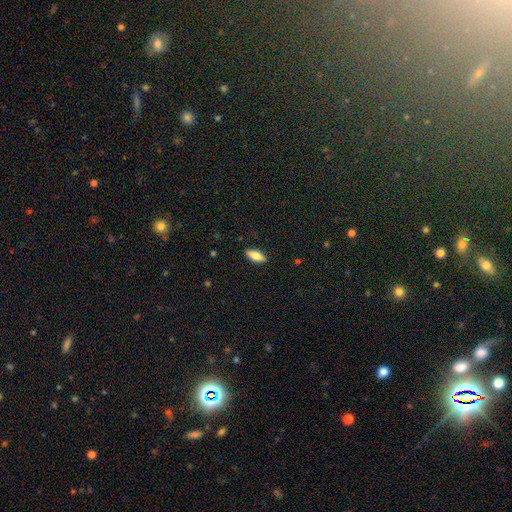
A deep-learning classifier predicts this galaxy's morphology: type=smooth (79%); roundness=in between (79%); merging=none (88%).